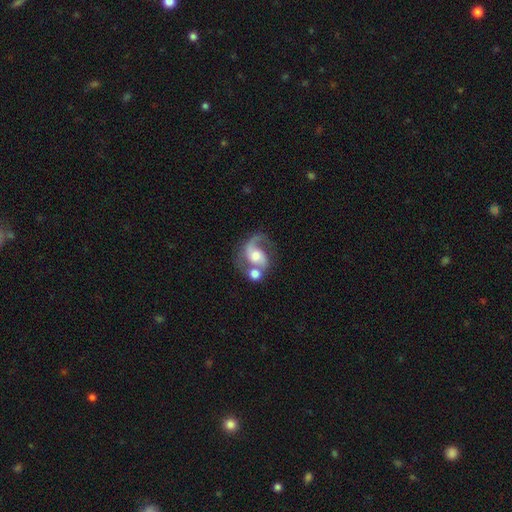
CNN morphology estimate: smooth_or_featured: featured or disk (p=0.76) [alt: smooth p=0.18]
disk_edge_on: no (p=0.98) [alt: yes p=0.02]
bar: no (p=0.54) [alt: weak p=0.36]
has_spiral_arms: yes (p=0.92) [alt: no p=0.08]
spiral_winding: loose (p=0.45) [alt: medium p=0.43]
spiral_arm_count: 2 (p=0.60) [alt: 1 p=0.33]
bulge_size: moderate (p=0.57) [alt: small p=0.19]
merging: merger (p=0.43) [alt: none p=0.30]